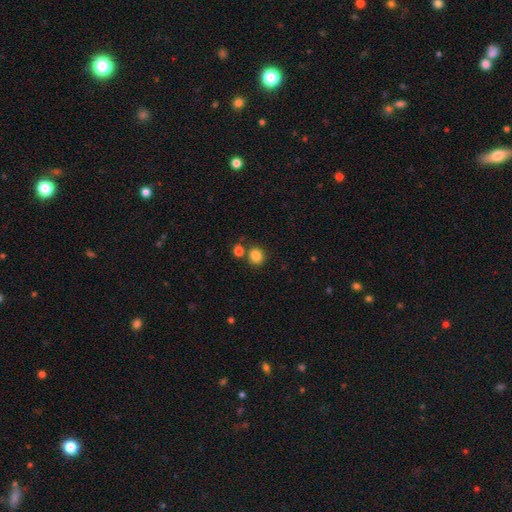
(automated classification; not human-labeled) Overall: smooth (85%). How rounded: round (85%). Merging: none (75%).